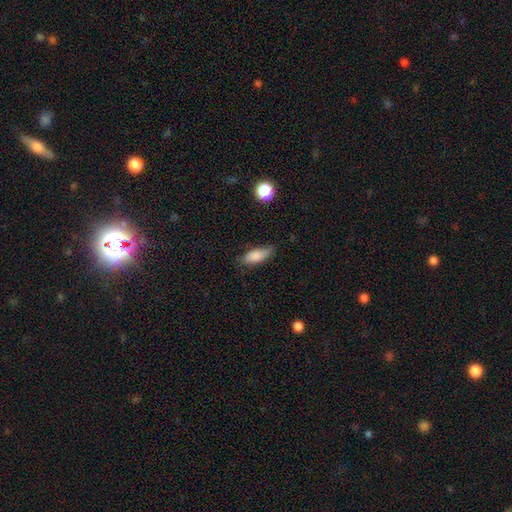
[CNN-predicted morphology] Overall: smooth (81%). How rounded: in between (72%). Merging: none (68%).